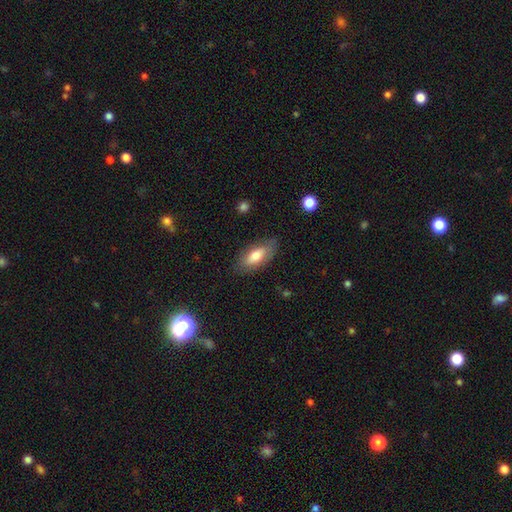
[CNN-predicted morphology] Smooth or featured: smooth — 69% (featured or disk — 25%)
How rounded: in between — 86% (cigar-shaped — 12%)
Merging: none — 77% (minor disturbance — 17%)